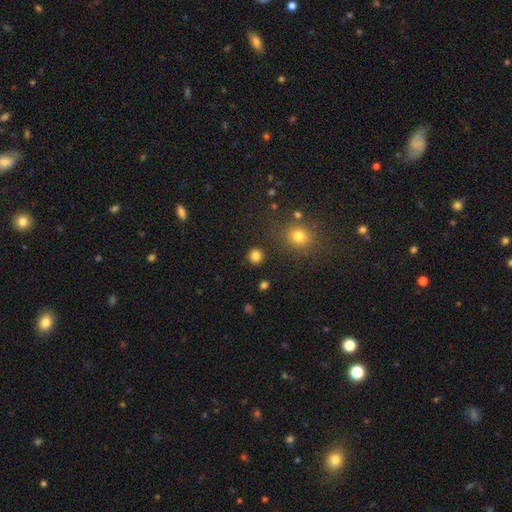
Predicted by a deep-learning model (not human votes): smooth_or_featured: smooth (p=0.83) [alt: star or artifact p=0.14]
how_rounded: round (p=0.90) [alt: in between p=0.09]
merging: none (p=0.89) [alt: minor disturbance p=0.06]